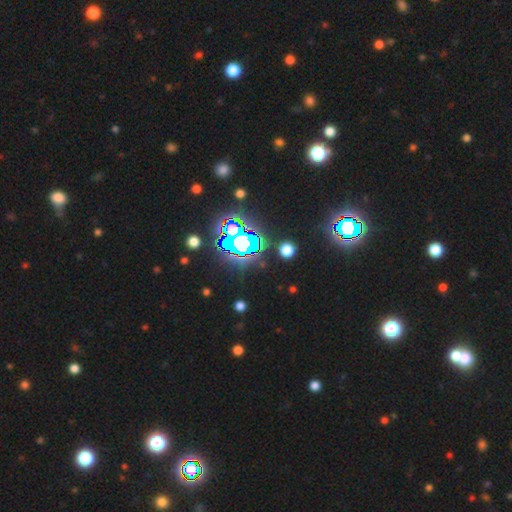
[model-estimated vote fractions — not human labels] Smooth or featured: star or artifact — 81% (smooth — 11%)